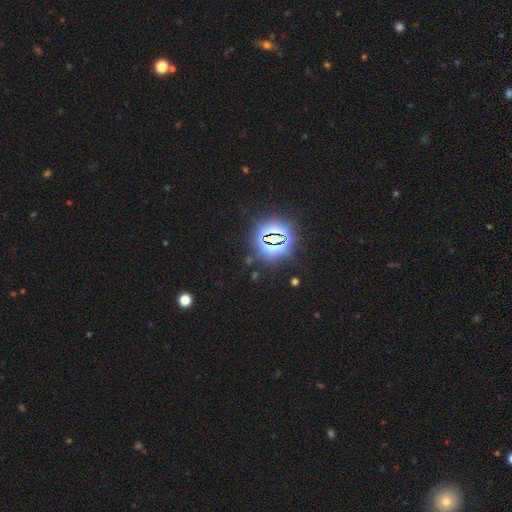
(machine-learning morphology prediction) Q: Smooth or featured?
A: star or artifact (83%); runner-up: smooth (11%)